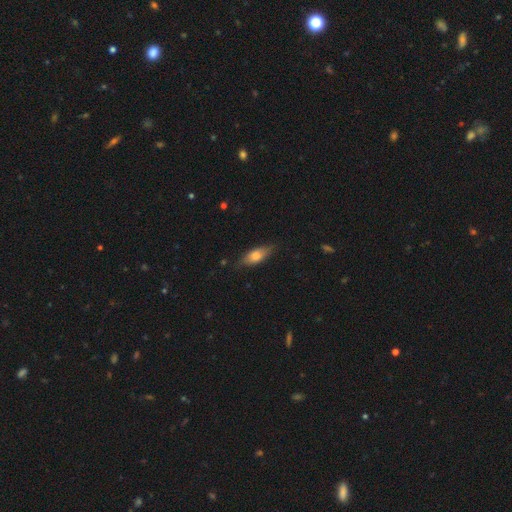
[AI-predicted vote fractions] Smooth or featured: smooth — 68% (featured or disk — 25%)
How rounded: in between — 70% (cigar-shaped — 27%)
Merging: none — 78% (minor disturbance — 18%)